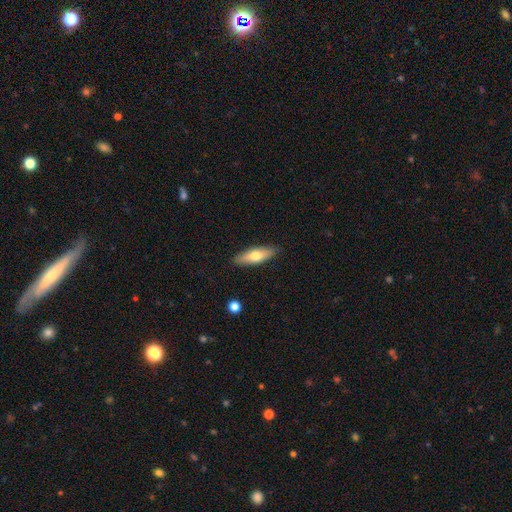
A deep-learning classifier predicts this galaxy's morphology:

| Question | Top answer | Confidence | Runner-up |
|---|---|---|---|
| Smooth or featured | smooth | 64% | featured or disk (30%) |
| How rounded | in between | 49% | cigar-shaped (48%) |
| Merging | none | 87% | minor disturbance (10%) |